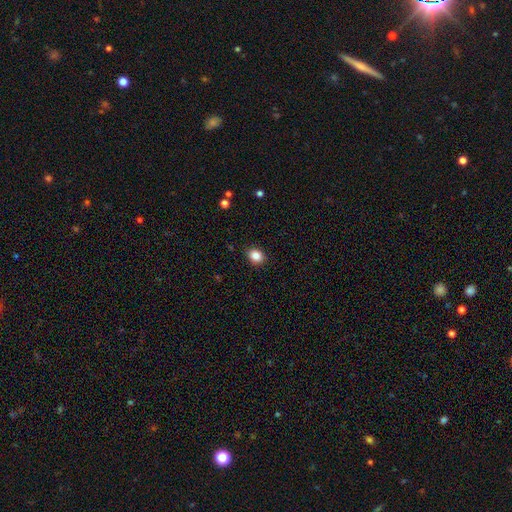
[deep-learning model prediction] The model was most divided on "how rounded": round: 54%, in between: 45%, cigar-shaped: 1%. More confident: merging — none (90%); smooth or featured — smooth (86%).